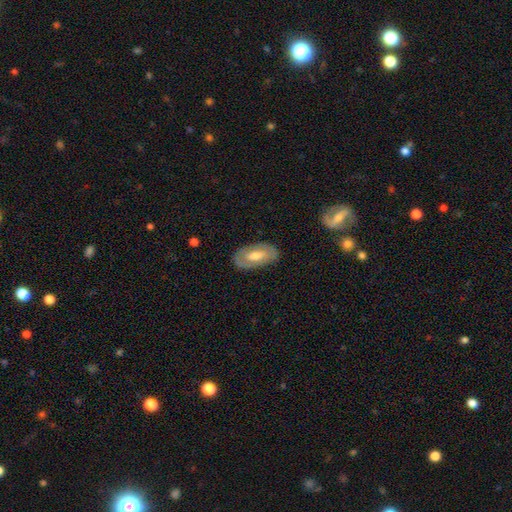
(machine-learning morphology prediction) Q: Smooth or featured?
A: featured or disk (58%); runner-up: smooth (36%)
Q: Edge-on disk?
A: no (90%); runner-up: yes (10%)
Q: Bar?
A: weak (43%); runner-up: no (35%)
Q: Spiral arms?
A: yes (63%); runner-up: no (37%)
Q: Bulge size?
A: moderate (67%); runner-up: small (20%)
Q: Merging?
A: none (82%); runner-up: minor disturbance (13%)